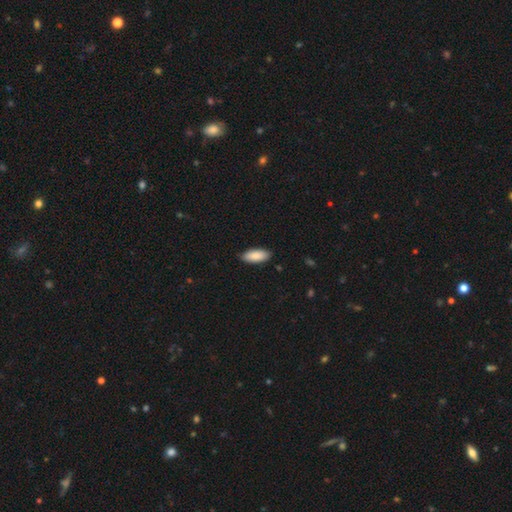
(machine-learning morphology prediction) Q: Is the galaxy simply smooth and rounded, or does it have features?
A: smooth — 86%.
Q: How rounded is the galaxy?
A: in between — 84%.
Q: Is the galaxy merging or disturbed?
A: none — 88%.